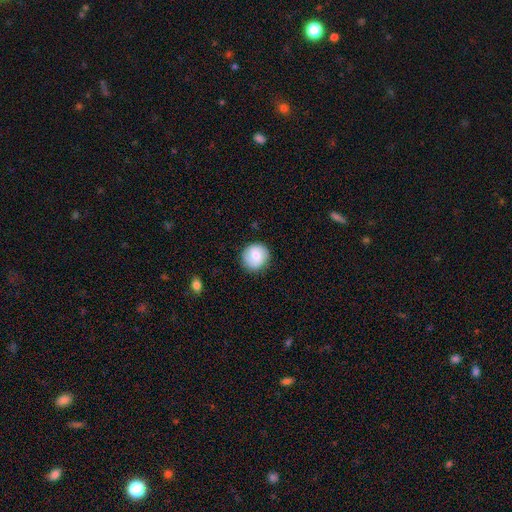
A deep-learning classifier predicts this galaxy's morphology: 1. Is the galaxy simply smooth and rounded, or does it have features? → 70% smooth, 23% featured or disk, 7% star or artifact.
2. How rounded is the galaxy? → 91% round, 8% in between, 1% cigar-shaped.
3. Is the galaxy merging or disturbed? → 86% none, 11% minor disturbance, 3% major disturbance, 1% merger.